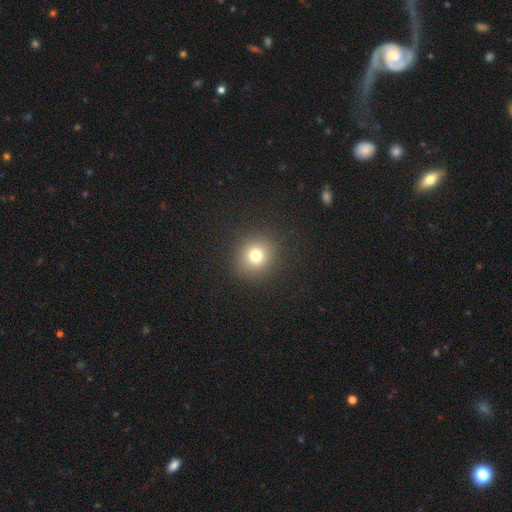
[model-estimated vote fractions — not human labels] A smooth galaxy with no disk features (76%) that is round (90%).

Vote fractions:
- Smooth or featured? smooth: 76% / star or artifact: 16% / featured or disk: 9%
- How rounded? round: 90% / in between: 9% / cigar-shaped: 1%
- Merging? none: 90% / minor disturbance: 6% / major disturbance: 3% / merger: 1%